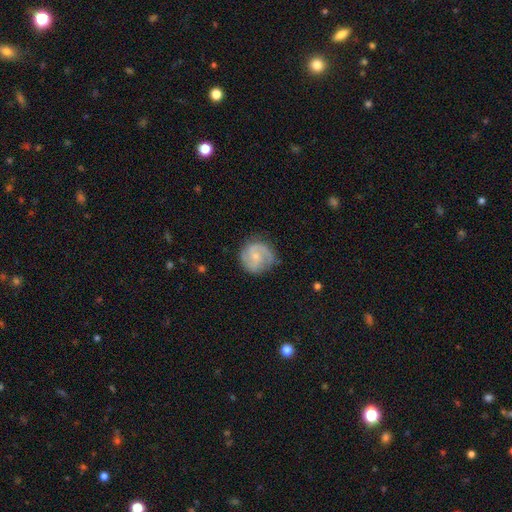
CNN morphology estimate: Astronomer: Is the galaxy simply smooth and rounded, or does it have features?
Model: featured or disk — 78%.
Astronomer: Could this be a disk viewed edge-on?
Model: no — 98%.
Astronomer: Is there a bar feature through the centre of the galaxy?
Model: no — 52% (runner-up: weak, 41%).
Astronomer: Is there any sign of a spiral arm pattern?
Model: yes — 96%.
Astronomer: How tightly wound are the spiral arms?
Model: medium — 50% (runner-up: tight, 36%).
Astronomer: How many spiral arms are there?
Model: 2 — 85%.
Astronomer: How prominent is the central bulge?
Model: small — 62%.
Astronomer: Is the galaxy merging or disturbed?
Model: none — 80%.